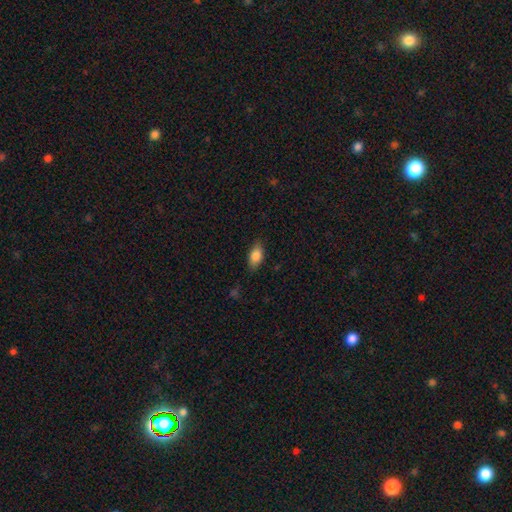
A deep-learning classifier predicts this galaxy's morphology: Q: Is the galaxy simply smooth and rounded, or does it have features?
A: smooth — 85%.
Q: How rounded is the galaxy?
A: in between — 90%.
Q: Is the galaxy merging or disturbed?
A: none — 81%.